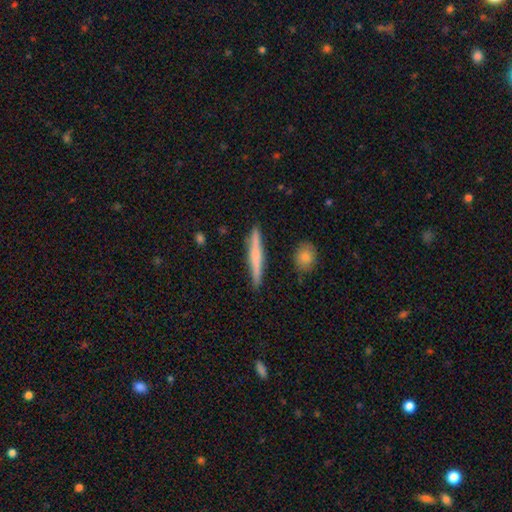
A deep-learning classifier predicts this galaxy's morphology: Smooth or featured? smooth (51%)
How rounded? cigar-shaped (95%)
Merging? none (89%)